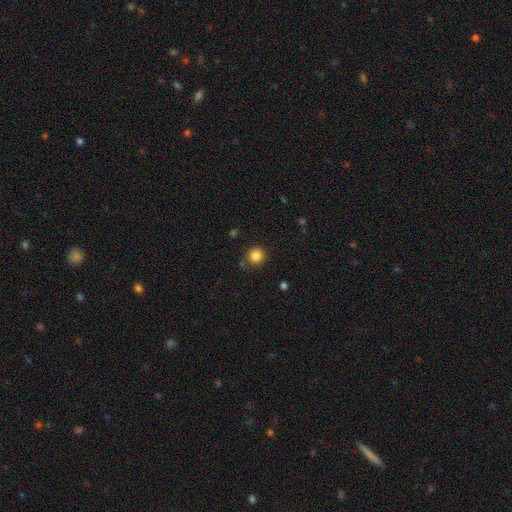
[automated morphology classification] Smooth or featured? smooth (84%)
How rounded? round (94%)
Merging? none (84%)